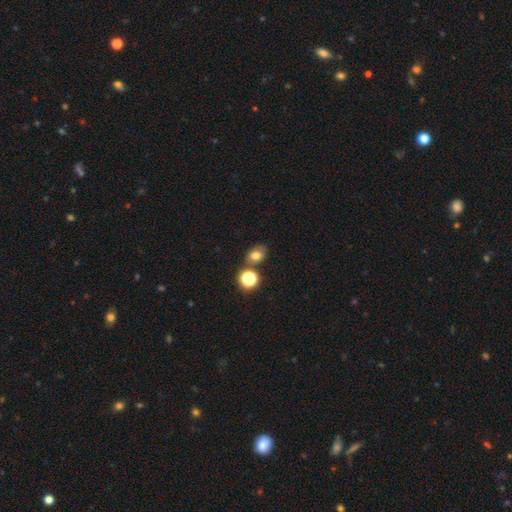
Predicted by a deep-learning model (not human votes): This appears to be a smooth galaxy with no disk features (72%) that is in between round and cigar-shaped (63%). Merging: none (70%).